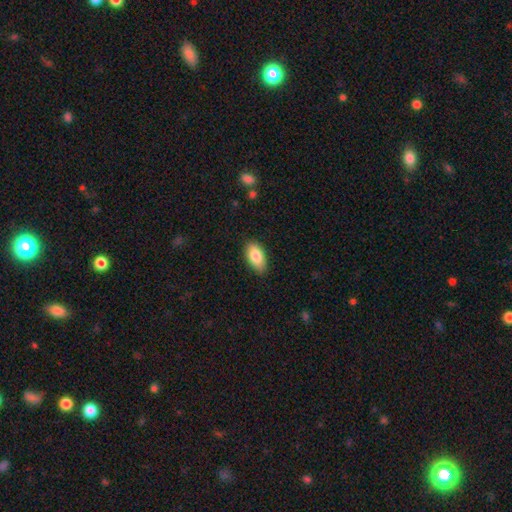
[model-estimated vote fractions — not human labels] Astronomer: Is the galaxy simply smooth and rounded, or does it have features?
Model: smooth — 85%.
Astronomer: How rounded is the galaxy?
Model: in between — 93%.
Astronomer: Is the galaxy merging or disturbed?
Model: none — 85%.